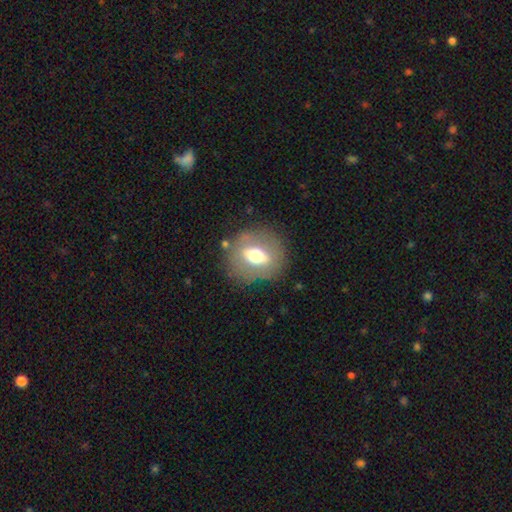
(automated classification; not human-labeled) This appears to be a featured or disk galaxy (48%). Merging: none (80%).